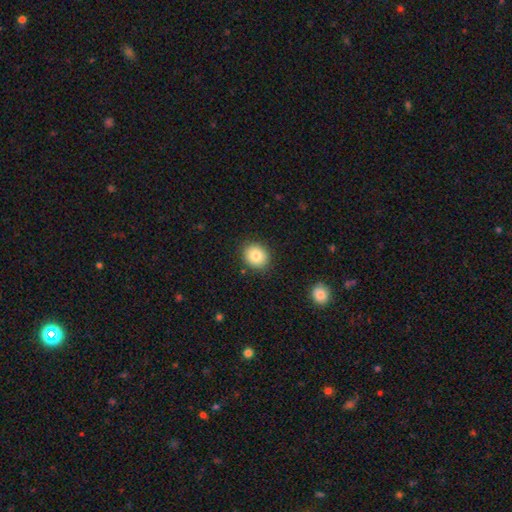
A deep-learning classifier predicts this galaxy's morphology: smooth-or-featured: smooth: 83% | star or artifact: 9% | featured or disk: 8%
  how-rounded: round: 73% | in between: 26% | cigar-shaped: 1%
  merging: none: 88% | minor disturbance: 8% | major disturbance: 2% | merger: 1%